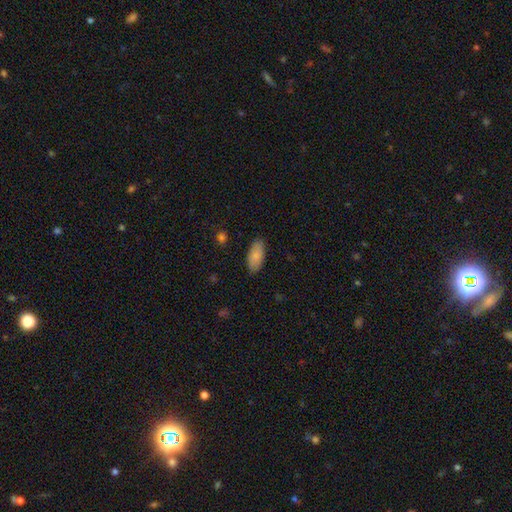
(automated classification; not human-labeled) smooth-or-featured: smooth: 85% | featured or disk: 9% | star or artifact: 6%
  how-rounded: in between: 90% | cigar-shaped: 8% | round: 2%
  merging: none: 85% | minor disturbance: 12% | major disturbance: 2% | merger: 1%